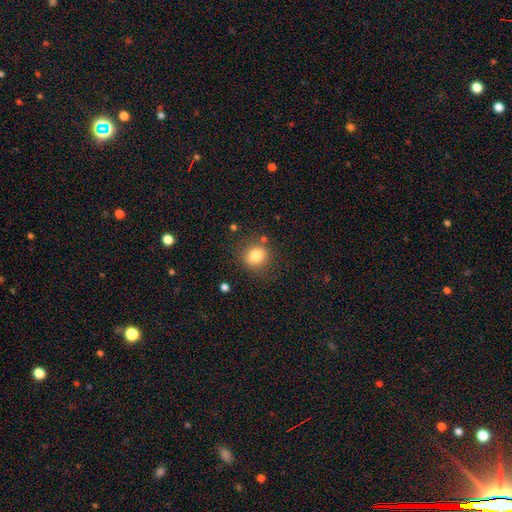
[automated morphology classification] Q: Smooth or featured?
A: smooth (80%); runner-up: star or artifact (11%)
Q: How rounded?
A: round (73%); runner-up: in between (26%)
Q: Merging?
A: none (79%); runner-up: minor disturbance (13%)